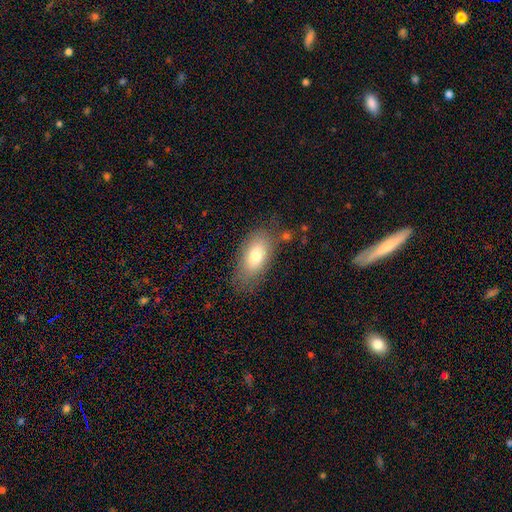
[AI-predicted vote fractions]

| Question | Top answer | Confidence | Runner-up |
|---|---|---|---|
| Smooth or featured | smooth | 76% | featured or disk (17%) |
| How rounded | in between | 89% | cigar-shaped (7%) |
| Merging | none | 71% | minor disturbance (19%) |